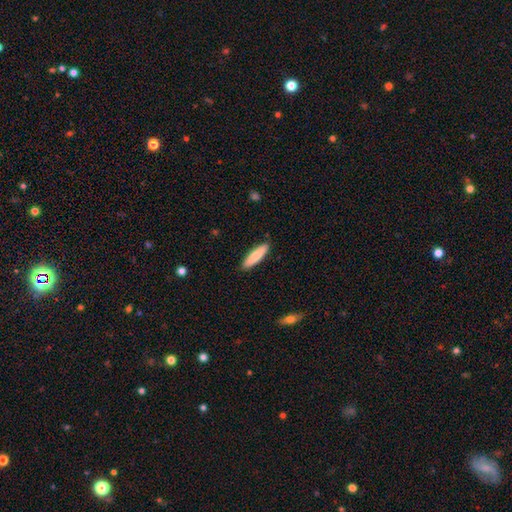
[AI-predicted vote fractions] Morphology: type=smooth (81%); roundness=cigar-shaped (73%); merging=none (89%).